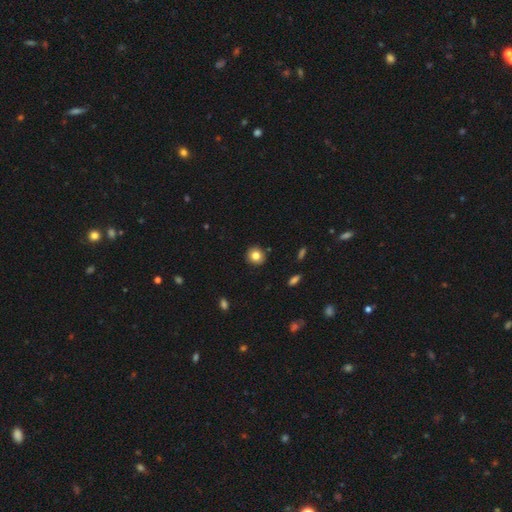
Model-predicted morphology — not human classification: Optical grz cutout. It shows a smooth galaxy with no disk features (81%) that is round (88%). Merging: none (90%).